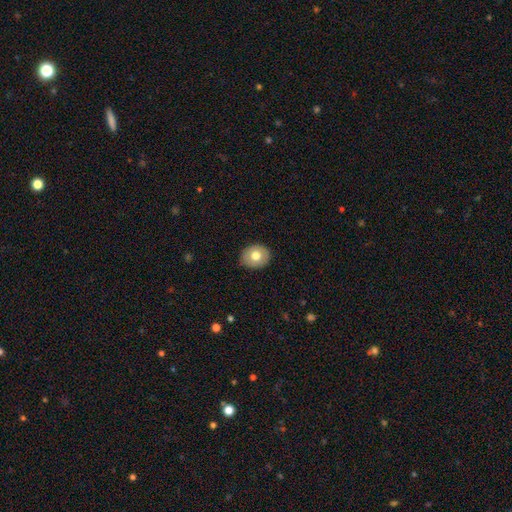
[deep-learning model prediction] smooth 70%, featured or disk 23%, star or artifact 8%. Down the decision tree: how rounded — round (58%); merging — none (88%).